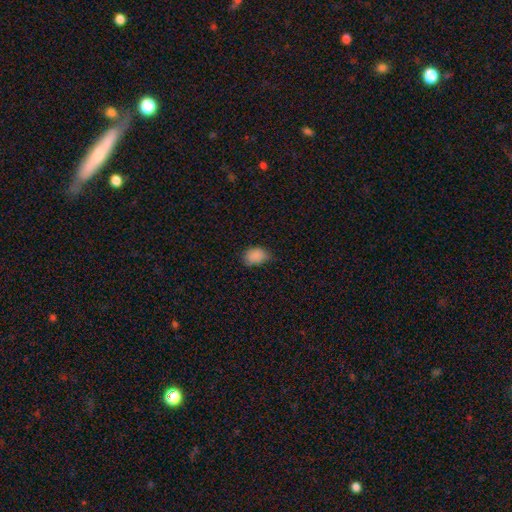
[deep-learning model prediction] smooth 86%, star or artifact 9%, featured or disk 4%. Down the decision tree: how rounded — in between (74%); merging — none (60%).